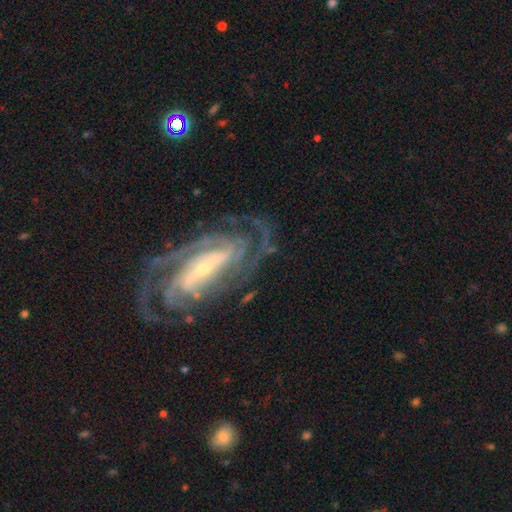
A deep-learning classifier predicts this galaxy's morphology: Q: Smooth or featured?
A: featured or disk (88%); runner-up: star or artifact (7%)
Q: Edge-on disk?
A: no (92%); runner-up: yes (8%)
Q: Bar?
A: strong (49%); runner-up: weak (31%)
Q: Spiral arms?
A: yes (98%); runner-up: no (2%)
Q: Spiral winding?
A: tight (69%); runner-up: medium (26%)
Q: Spiral arm count?
A: 2 (32%); runner-up: can't tell (20%)
Q: Bulge size?
A: small (65%); runner-up: moderate (26%)
Q: Merging?
A: none (79%); runner-up: minor disturbance (13%)